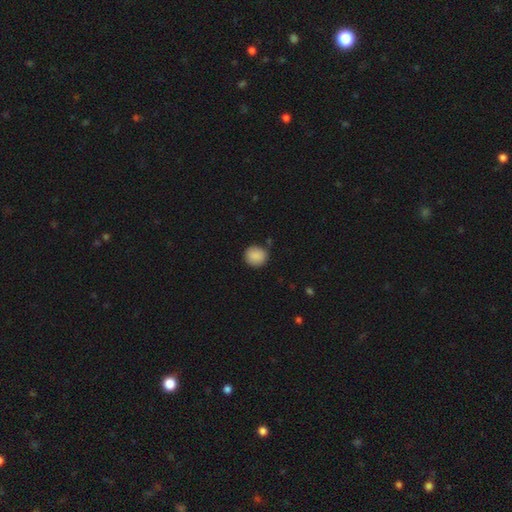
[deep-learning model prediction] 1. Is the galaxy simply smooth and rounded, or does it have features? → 89% smooth, 8% star or artifact, 3% featured or disk.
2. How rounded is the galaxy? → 87% round, 12% in between, 1% cigar-shaped.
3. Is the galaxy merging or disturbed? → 85% none, 11% minor disturbance, 2% major disturbance, 2% merger.